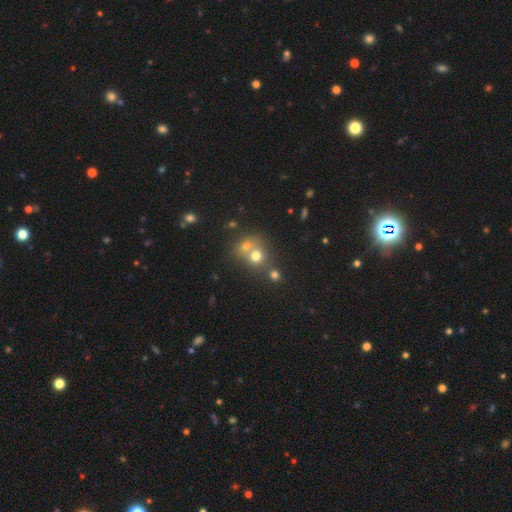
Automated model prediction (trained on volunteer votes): Smooth or featured: smooth — 68% (star or artifact — 16%)
How rounded: round — 76% (in between — 23%)
Merging: merger — 52% (none — 37%)